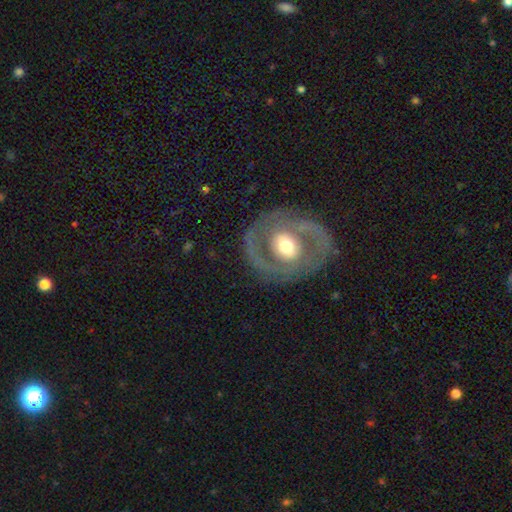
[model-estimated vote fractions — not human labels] Smooth or featured?
  - featured or disk: 77% *
  - smooth: 15%
  - star or artifact: 7%
Edge-on disk?
  - no: 95% *
  - yes: 5%
Bar?
  - no: 46% *
  - weak: 33%
  - strong: 20%
Spiral arms?
  - yes: 72% *
  - no: 28%
Spiral winding?
  - medium: 44% *
  - tight: 42%
  - loose: 14%
Spiral arm count?
  - 2: 83% *
  - can't tell: 8%
  - 1: 4%
  - 3: 2%
  - 4: 1%
  - more than 4: 1%
Bulge size?
  - moderate: 65% *
  - large: 20%
  - small: 12%
  - dominant: 2%
  - none: 1%
Merging?
  - none: 82% *
  - minor disturbance: 11%
  - major disturbance: 5%
  - merger: 1%